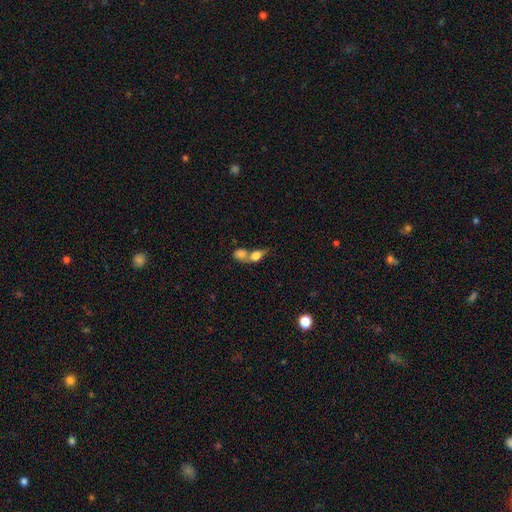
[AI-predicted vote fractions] Smooth or featured: smooth — 69% (featured or disk — 22%)
How rounded: in between — 62% (round — 30%)
Merging: merger — 69% (none — 18%)